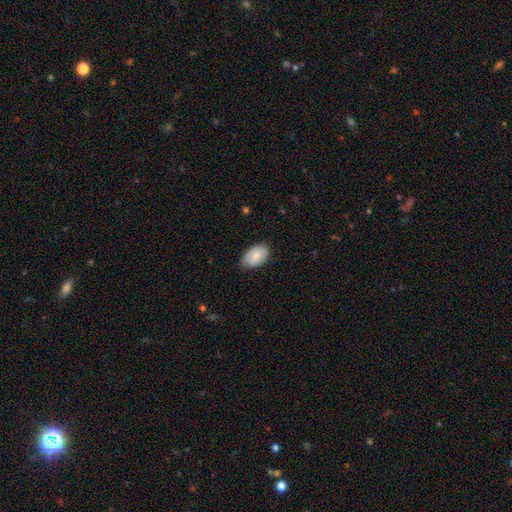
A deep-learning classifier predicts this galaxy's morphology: type=smooth (79%); roundness=in between (93%); merging=none (77%).